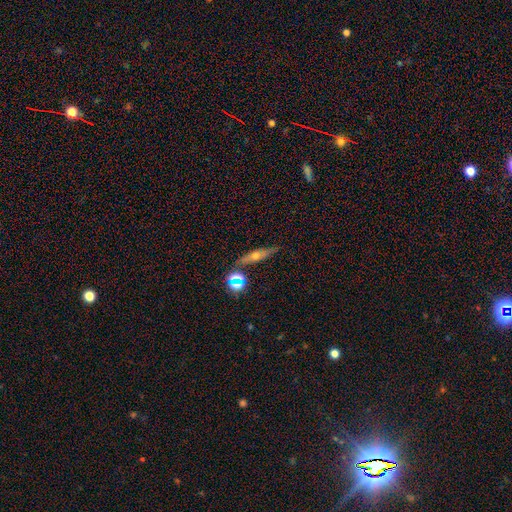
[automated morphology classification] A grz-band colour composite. It shows a featured or disk galaxy (50%) viewed edge-on (85%). Merging: none (76%).